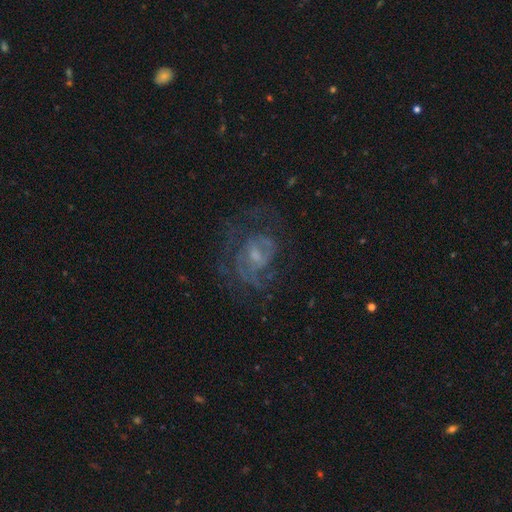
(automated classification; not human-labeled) Morphology: type=featured or disk (72%); edge-on=no (97%); bar=no (59%); spiral arms=yes (71%); bulge=small (53%); merging=none (53%).